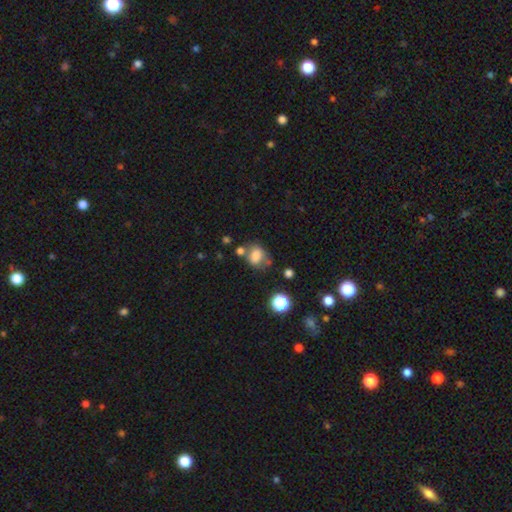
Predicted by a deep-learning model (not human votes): Smooth or featured?
  - smooth: 75% *
  - star or artifact: 13%
  - featured or disk: 13%
How rounded?
  - in between: 54% *
  - round: 45%
  - cigar-shaped: 1%
Merging?
  - none: 48% *
  - minor disturbance: 22%
  - merger: 18%
  - major disturbance: 11%